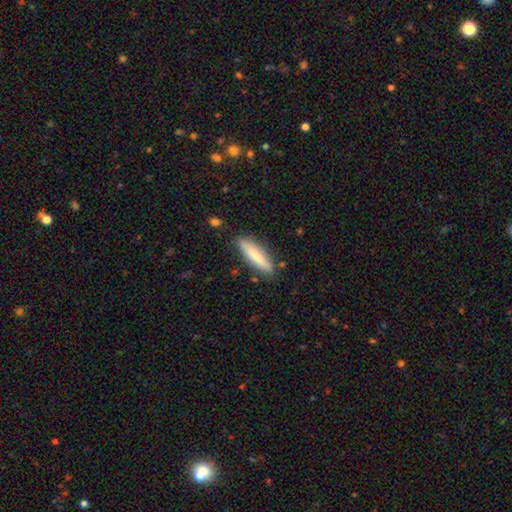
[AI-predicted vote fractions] Q: Smooth or featured?
A: smooth (74%); runner-up: featured or disk (20%)
Q: How rounded?
A: cigar-shaped (76%); runner-up: in between (22%)
Q: Merging?
A: none (84%); runner-up: minor disturbance (11%)